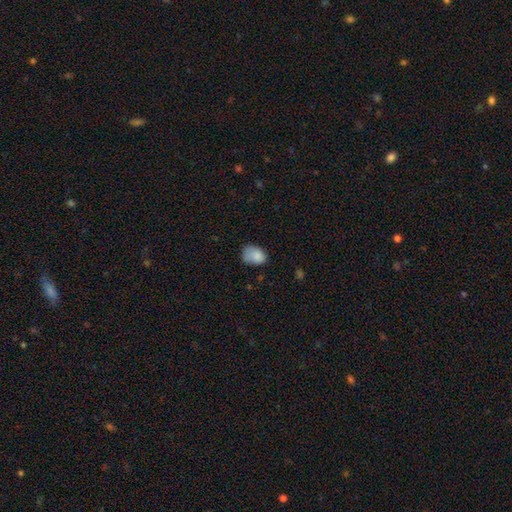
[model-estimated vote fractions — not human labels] Smooth or featured?
  - smooth: 83% *
  - star or artifact: 9%
  - featured or disk: 8%
How rounded?
  - in between: 70% *
  - round: 29%
  - cigar-shaped: 1%
Merging?
  - none: 50% *
  - minor disturbance: 35%
  - major disturbance: 12%
  - merger: 3%